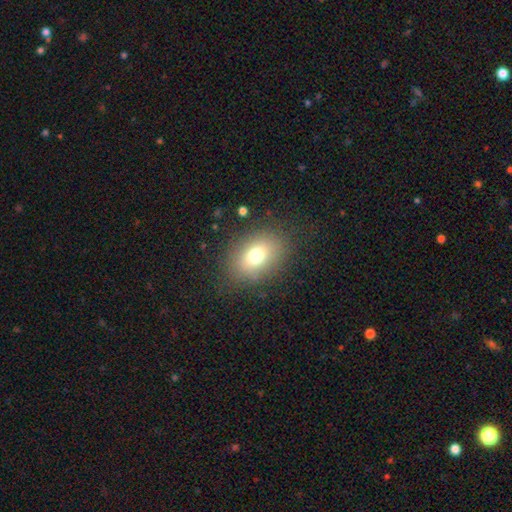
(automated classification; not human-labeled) Smooth or featured?
  - smooth: 72% *
  - featured or disk: 14%
  - star or artifact: 14%
How rounded?
  - in between: 68% *
  - round: 31%
  - cigar-shaped: 1%
Merging?
  - none: 82% *
  - minor disturbance: 11%
  - major disturbance: 6%
  - merger: 1%